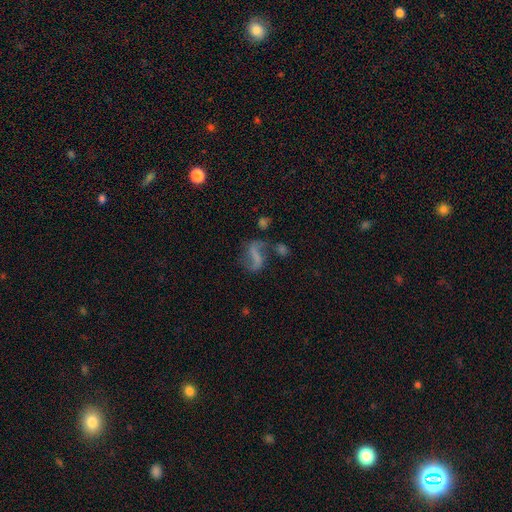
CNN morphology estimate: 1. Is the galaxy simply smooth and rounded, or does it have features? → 67% featured or disk, 21% smooth, 12% star or artifact.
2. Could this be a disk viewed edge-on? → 96% no, 4% yes.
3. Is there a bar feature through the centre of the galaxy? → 47% strong, 30% weak, 23% no.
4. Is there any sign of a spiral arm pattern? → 81% yes, 19% no.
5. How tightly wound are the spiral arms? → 78% loose, 17% medium, 5% tight.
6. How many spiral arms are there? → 87% 2, 7% 1, 3% can't tell, 1% 3, 1% 4, 1% more than 4.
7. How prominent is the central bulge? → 70% none, 16% small, 9% moderate, 3% large, 2% dominant.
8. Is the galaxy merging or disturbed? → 50% none, 18% minor disturbance, 18% major disturbance, 14% merger.